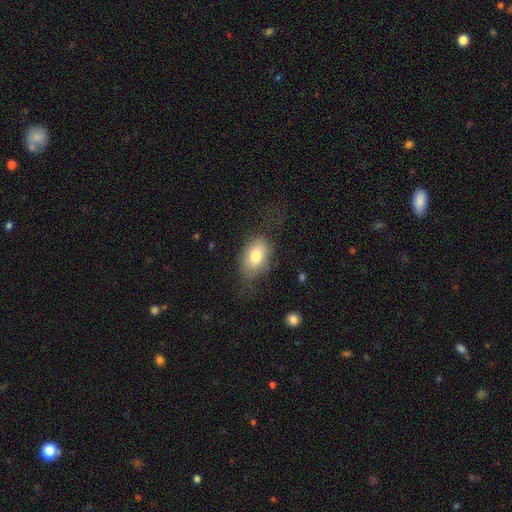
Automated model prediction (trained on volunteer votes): A smooth galaxy with no disk features (77%) that is in between round and cigar-shaped (86%). Merging: none (63%).